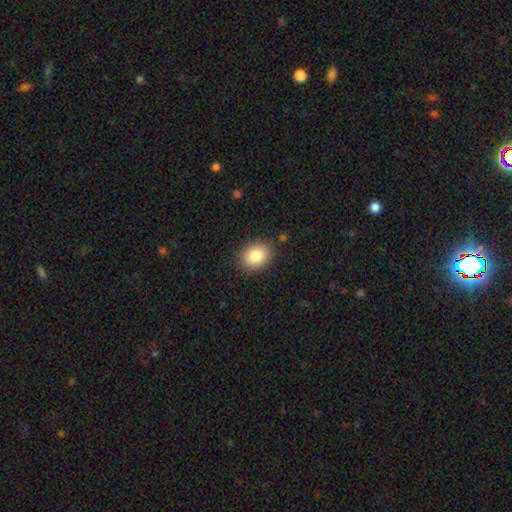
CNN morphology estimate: A smooth galaxy with no disk features (85%) that is in between round and cigar-shaped (64%). Merging: none (86%).